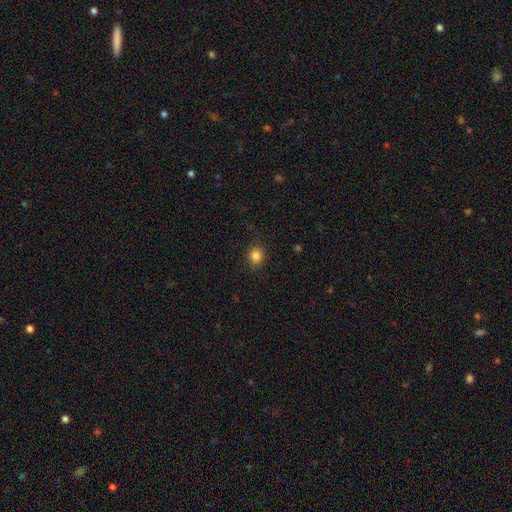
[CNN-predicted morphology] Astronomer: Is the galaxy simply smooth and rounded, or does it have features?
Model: smooth — 84%.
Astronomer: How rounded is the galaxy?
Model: round — 71%.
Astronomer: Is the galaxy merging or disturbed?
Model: none — 88%.